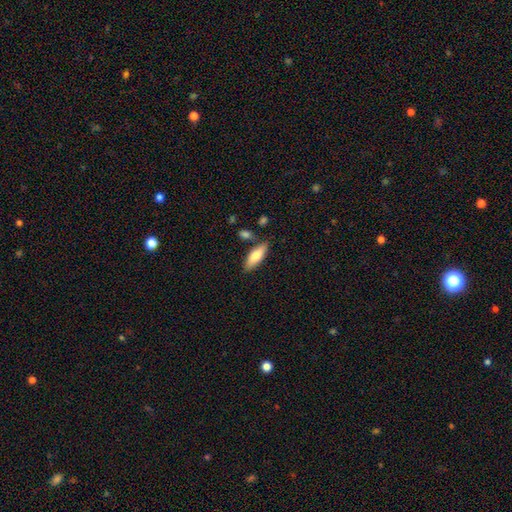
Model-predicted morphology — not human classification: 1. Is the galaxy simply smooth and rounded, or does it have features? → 80% smooth, 14% featured or disk, 6% star or artifact.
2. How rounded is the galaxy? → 69% in between, 29% cigar-shaped, 2% round.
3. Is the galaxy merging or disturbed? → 77% none, 14% minor disturbance, 6% merger, 3% major disturbance.